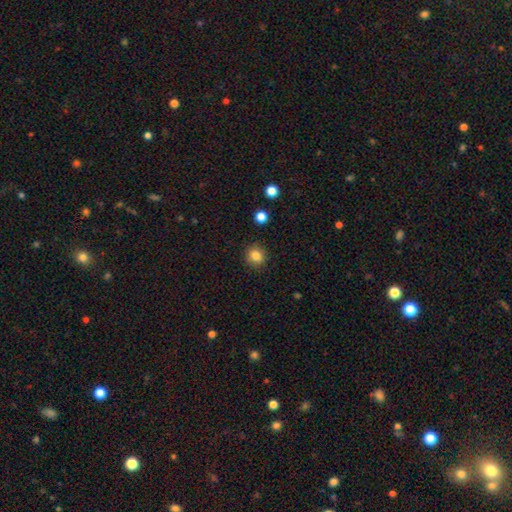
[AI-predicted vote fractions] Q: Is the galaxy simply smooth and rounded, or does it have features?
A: smooth — 84%.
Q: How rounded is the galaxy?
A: round — 85%.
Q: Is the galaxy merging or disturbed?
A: none — 90%.